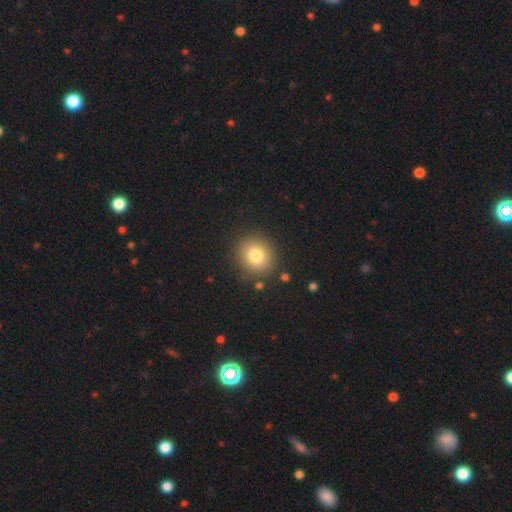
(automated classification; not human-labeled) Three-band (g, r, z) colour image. It shows a smooth galaxy with no disk features (79%) that is round (84%). Merging: none (88%).